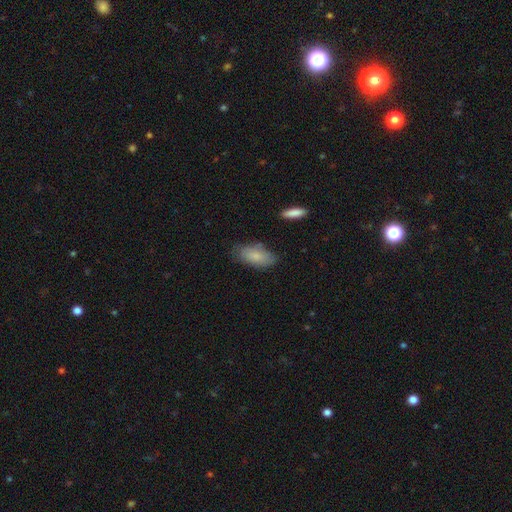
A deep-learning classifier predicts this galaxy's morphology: Overall: smooth (82%). How rounded: in between (91%). Merging: none (74%).